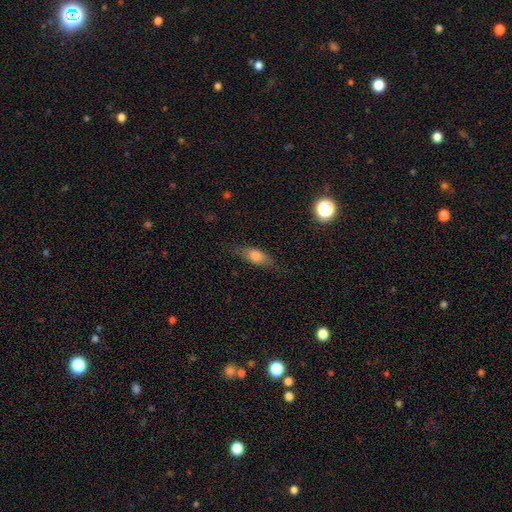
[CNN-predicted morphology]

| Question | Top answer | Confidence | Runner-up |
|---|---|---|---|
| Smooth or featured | smooth | 68% | featured or disk (23%) |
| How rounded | in between | 64% | cigar-shaped (30%) |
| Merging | none | 74% | minor disturbance (19%) |